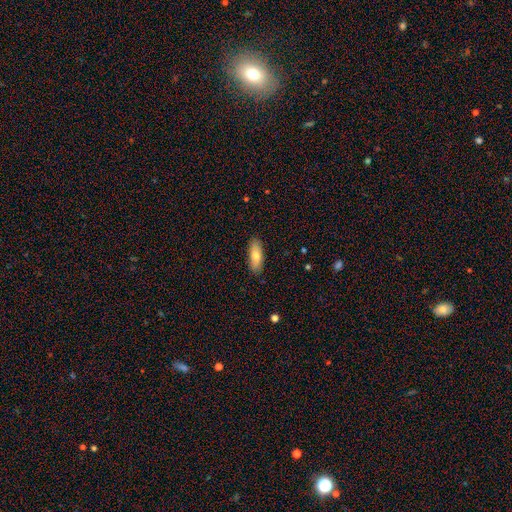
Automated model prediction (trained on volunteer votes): smooth_or_featured: smooth (p=0.75) [alt: featured or disk p=0.19]
how_rounded: in between (p=0.68) [alt: cigar-shaped p=0.30]
merging: none (p=0.88) [alt: minor disturbance p=0.09]